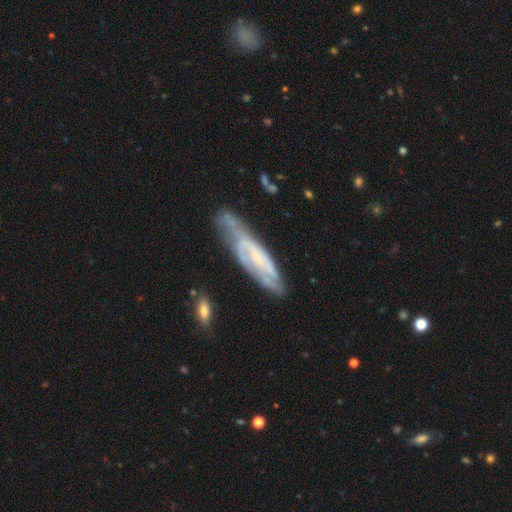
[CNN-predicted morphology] Smooth or featured? Predicted: featured or disk (p=0.72). Edge-on disk? Predicted: no (p=0.70). Bar? Predicted: no (p=0.50). Spiral arms? Predicted: yes (p=0.84). Bulge size? Predicted: small (p=0.47). Merging? Predicted: none (p=0.56).